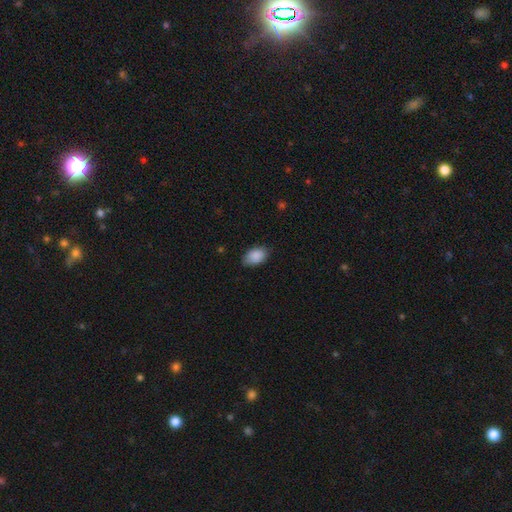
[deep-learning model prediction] Smooth or featured?
  - smooth: 89% *
  - star or artifact: 7%
  - featured or disk: 5%
How rounded?
  - in between: 90% *
  - round: 8%
  - cigar-shaped: 1%
Merging?
  - none: 75% *
  - minor disturbance: 20%
  - major disturbance: 3%
  - merger: 1%